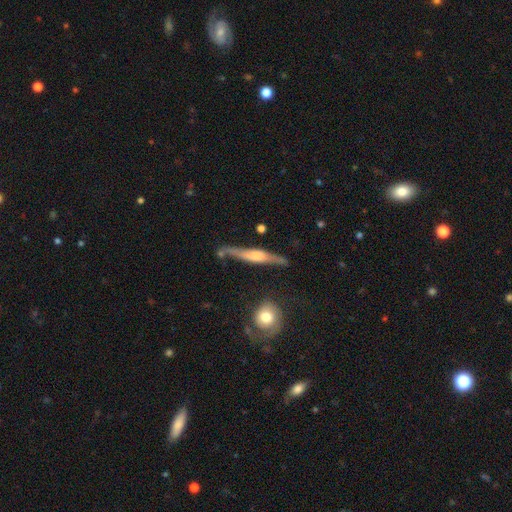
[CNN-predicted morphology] Smooth or featured? featured or disk (71%)
Edge-on disk? yes (94%)
Edge-on bulge? rounded (64%)
Merging? none (77%)